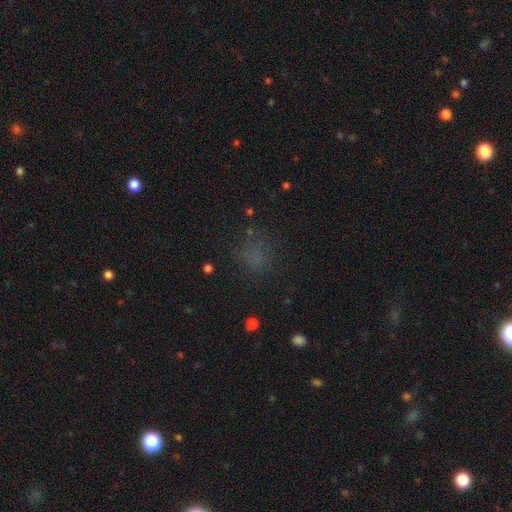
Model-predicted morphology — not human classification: smooth-or-featured: smooth: 63% | star or artifact: 27% | featured or disk: 9%
  how-rounded: round: 79% | in between: 20% | cigar-shaped: 1%
  merging: none: 73% | minor disturbance: 15% | major disturbance: 10% | merger: 2%